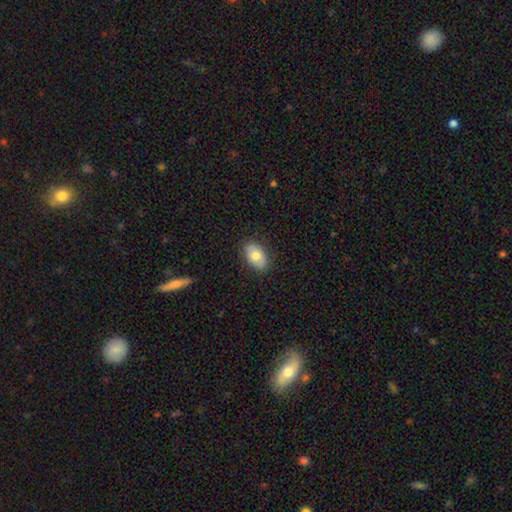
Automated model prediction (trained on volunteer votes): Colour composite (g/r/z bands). It shows a smooth galaxy with no disk features (77%) that is in between round and cigar-shaped (92%). Merging: none (85%).